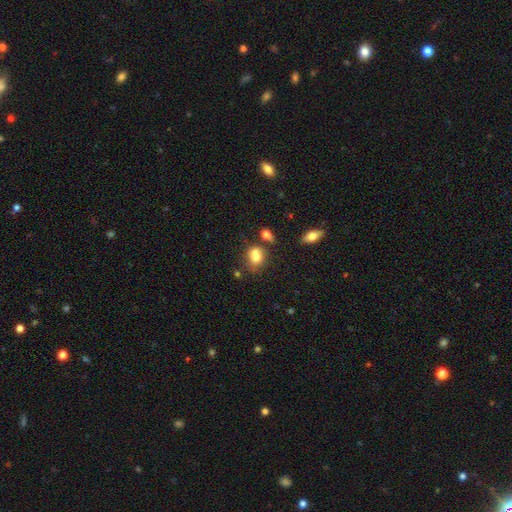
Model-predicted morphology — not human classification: smooth-or-featured: smooth: 72% | featured or disk: 15% | star or artifact: 12%
  how-rounded: in between: 53% | round: 45% | cigar-shaped: 2%
  merging: merger: 41% | none: 38% | minor disturbance: 15% | major disturbance: 7%